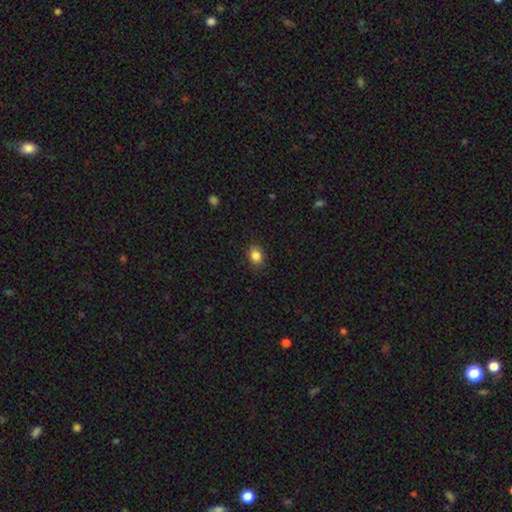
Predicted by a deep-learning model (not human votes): smooth-or-featured: smooth: 85% | star or artifact: 10% | featured or disk: 5%
  how-rounded: in between: 55% | round: 44% | cigar-shaped: 1%
  merging: none: 87% | minor disturbance: 10% | major disturbance: 2% | merger: 1%